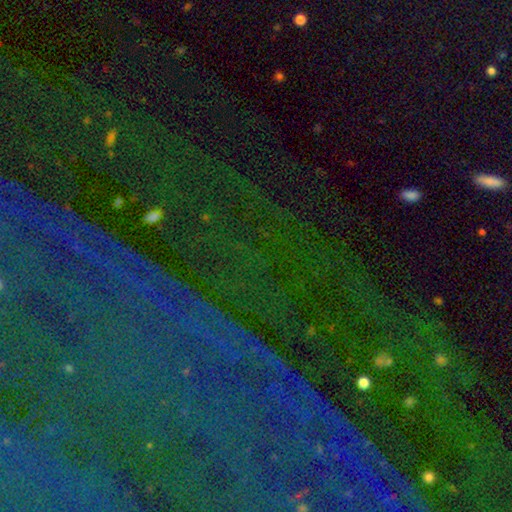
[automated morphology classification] Smooth or featured? Predicted: star or artifact (p=0.83).